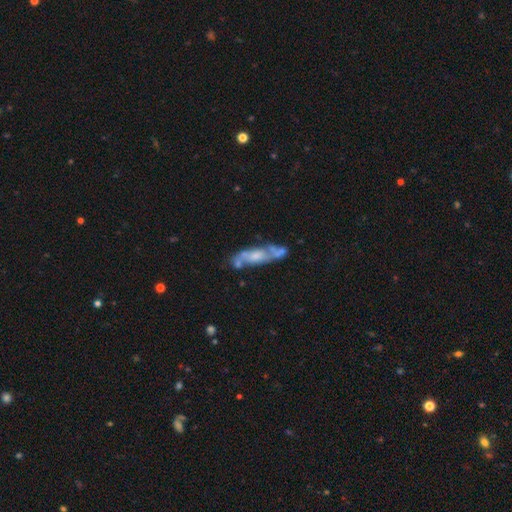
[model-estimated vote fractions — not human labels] Smooth or featured? Predicted: featured or disk (p=0.66). Edge-on disk? Predicted: no (p=0.70). Merging? Predicted: none (p=0.52).